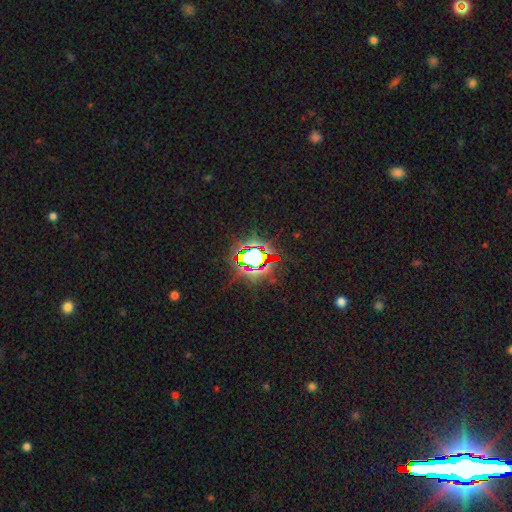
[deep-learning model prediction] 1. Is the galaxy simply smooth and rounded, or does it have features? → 76% star or artifact, 13% smooth, 11% featured or disk.